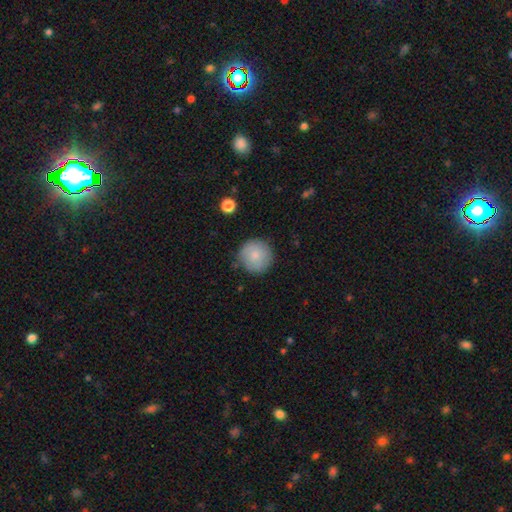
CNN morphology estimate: Overall: smooth (84%). How rounded: round (95%). Merging: none (84%).